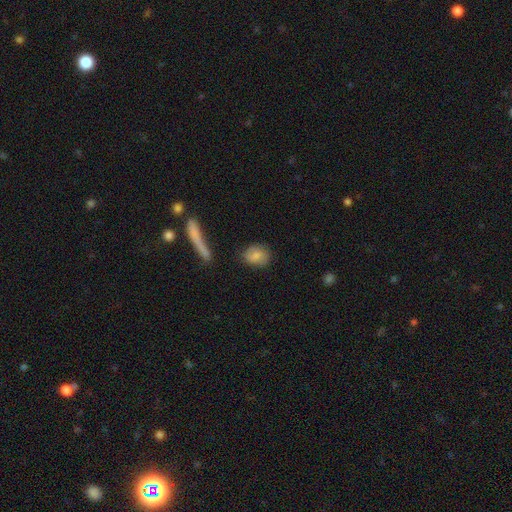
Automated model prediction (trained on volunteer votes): A smooth galaxy with no disk features (79%) that is round (50%).

Vote fractions:
- Smooth or featured? smooth: 79% / featured or disk: 14% / star or artifact: 7%
- How rounded? round: 50% / in between: 46% / cigar-shaped: 3%
- Merging? none: 77% / minor disturbance: 15% / major disturbance: 4% / merger: 4%